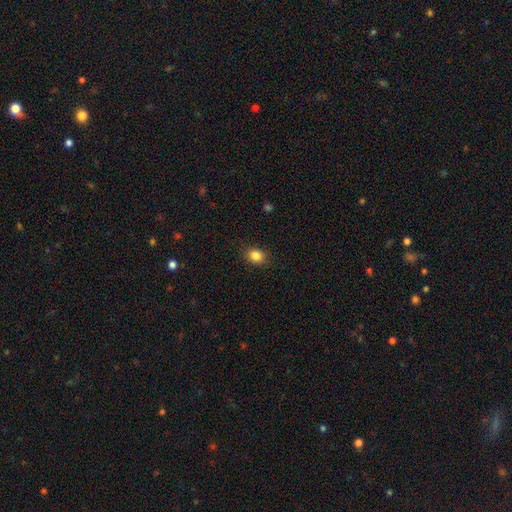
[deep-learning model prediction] Morphology: type=smooth (85%); roundness=round (59%); merging=none (87%).